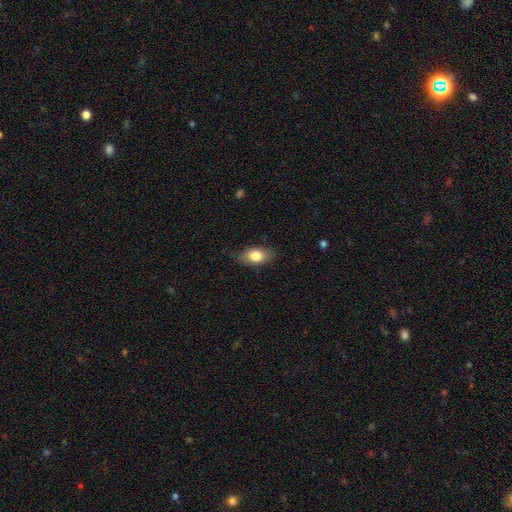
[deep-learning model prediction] Smooth or featured?
  - smooth: 80% *
  - featured or disk: 13%
  - star or artifact: 7%
How rounded?
  - in between: 88% *
  - round: 8%
  - cigar-shaped: 4%
Merging?
  - none: 78% *
  - minor disturbance: 17%
  - major disturbance: 3%
  - merger: 1%